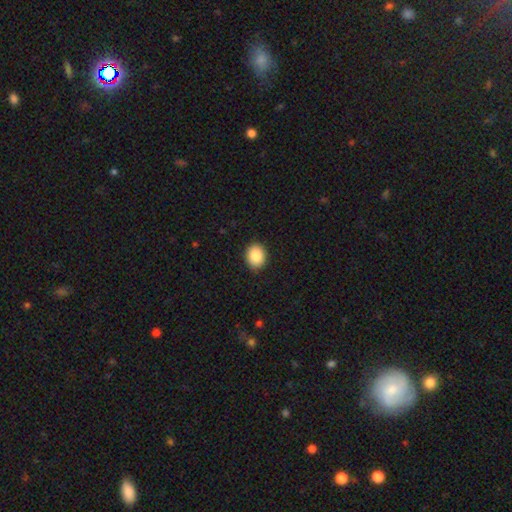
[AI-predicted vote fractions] Morphology: type=smooth (88%); roundness=round (53%); merging=none (89%).